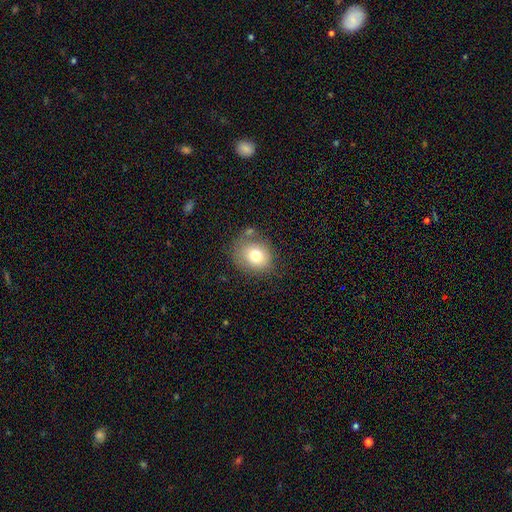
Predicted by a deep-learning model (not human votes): Smooth or featured?
  - smooth: 74% *
  - featured or disk: 15%
  - star or artifact: 11%
How rounded?
  - round: 71% *
  - in between: 29%
  - cigar-shaped: 1%
Merging?
  - none: 68% *
  - minor disturbance: 19%
  - major disturbance: 7%
  - merger: 6%